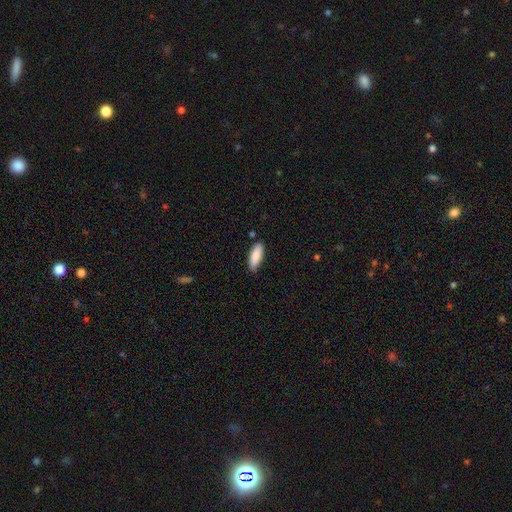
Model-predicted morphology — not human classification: Smooth or featured? Predicted: smooth (p=0.88). How rounded? Predicted: in between (p=0.66). Merging? Predicted: none (p=0.83).